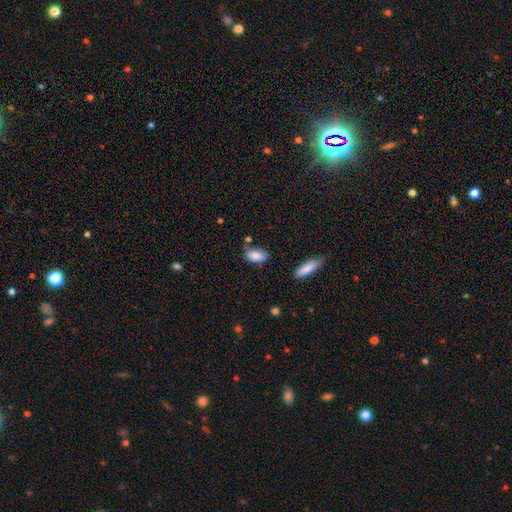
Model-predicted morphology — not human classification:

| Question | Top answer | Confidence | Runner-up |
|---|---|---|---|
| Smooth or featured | smooth | 85% | featured or disk (8%) |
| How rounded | in between | 92% | round (4%) |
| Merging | none | 65% | minor disturbance (23%) |